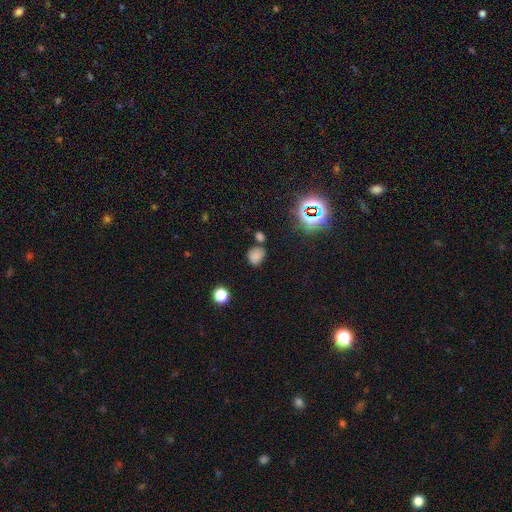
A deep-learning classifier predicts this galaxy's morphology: A smooth galaxy with no disk features (74%) that is round (56%). Merging: none (64%).